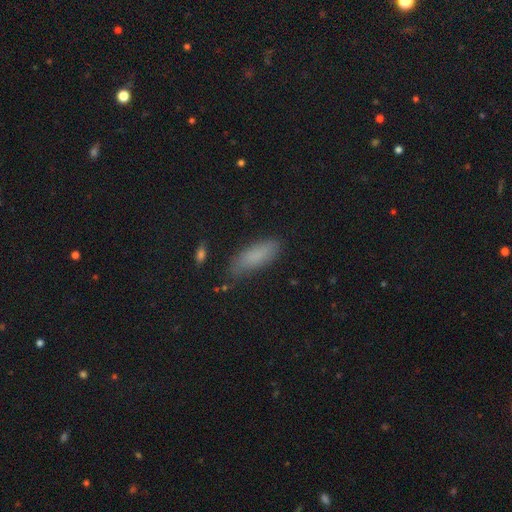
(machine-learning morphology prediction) smooth 81%, star or artifact 11%, featured or disk 9%. Down the decision tree: how rounded — in between (63%); merging — none (74%).